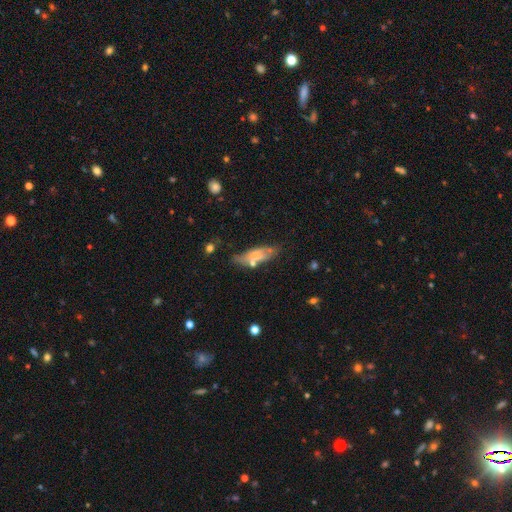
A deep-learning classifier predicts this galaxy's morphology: smooth 60%, featured or disk 32%, star or artifact 9%. Down the decision tree: how rounded — in between (60%); merging — none (56%).